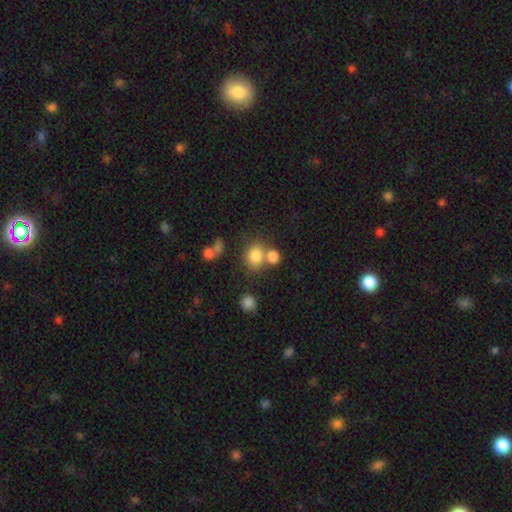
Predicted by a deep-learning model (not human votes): Smooth or featured: smooth — 80% (star or artifact — 12%)
How rounded: round — 69% (in between — 30%)
Merging: none — 52% (merger — 32%)